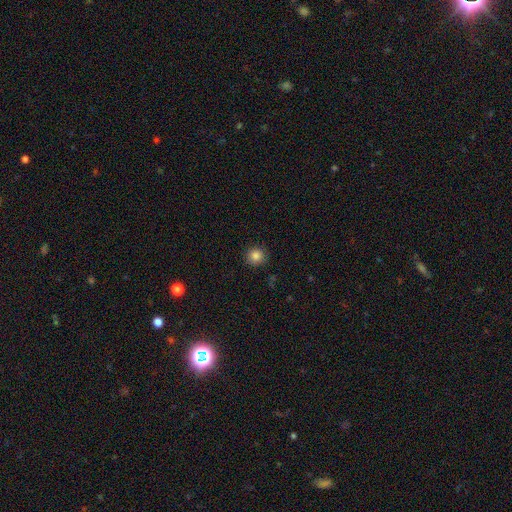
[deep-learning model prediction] A smooth galaxy with no disk features (85%) that is round (92%). Merging: none (90%).